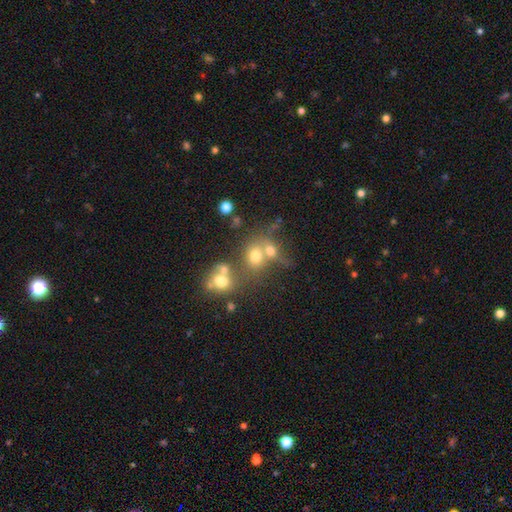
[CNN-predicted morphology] Smooth or featured? Predicted: smooth (p=0.67). How rounded? Predicted: round (p=0.68). Merging? Predicted: merger (p=0.47).